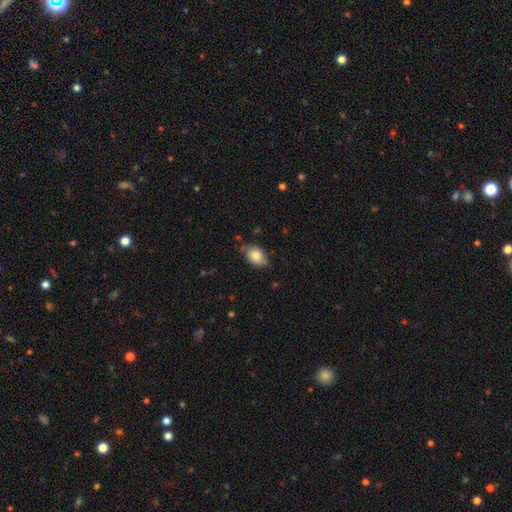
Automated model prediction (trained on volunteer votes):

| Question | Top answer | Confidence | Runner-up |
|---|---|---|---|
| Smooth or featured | smooth | 78% | featured or disk (15%) |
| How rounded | in between | 85% | round (14%) |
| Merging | none | 64% | minor disturbance (28%) |